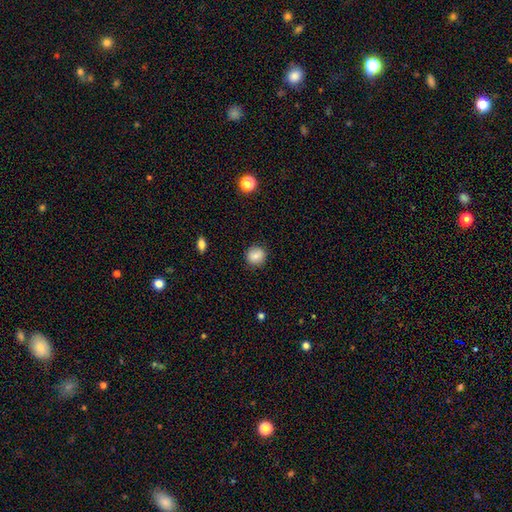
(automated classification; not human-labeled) Smooth or featured?
  - smooth: 82% *
  - star or artifact: 9%
  - featured or disk: 8%
How rounded?
  - round: 89% *
  - in between: 10%
  - cigar-shaped: 1%
Merging?
  - none: 87% *
  - minor disturbance: 9%
  - major disturbance: 2%
  - merger: 1%